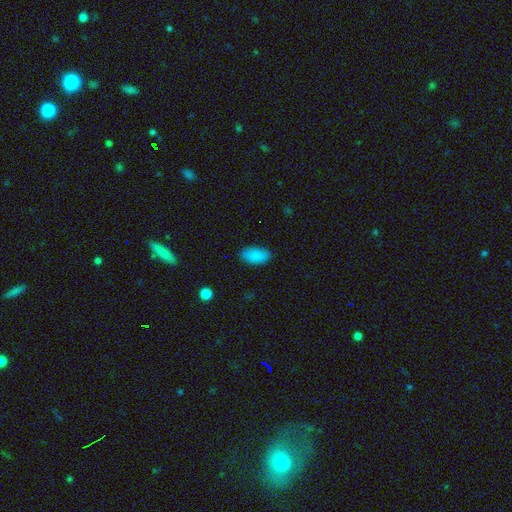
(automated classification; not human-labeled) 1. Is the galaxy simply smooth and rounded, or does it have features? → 89% smooth, 7% star or artifact, 4% featured or disk.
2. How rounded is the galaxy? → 94% in between, 3% cigar-shaped, 3% round.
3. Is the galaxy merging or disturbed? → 85% none, 11% minor disturbance, 3% major disturbance, 1% merger.